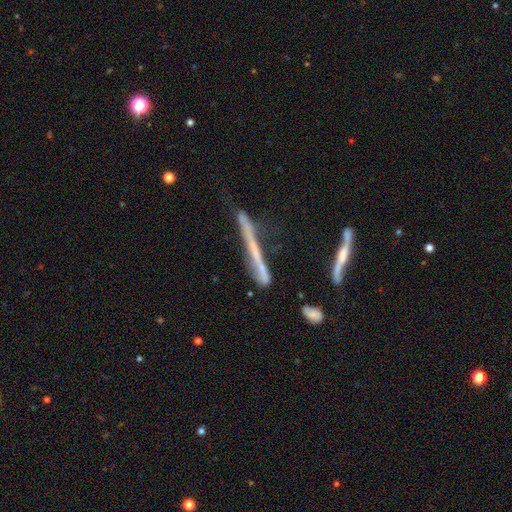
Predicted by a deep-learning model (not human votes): Smooth or featured?
  - featured or disk: 55% *
  - smooth: 30%
  - star or artifact: 15%
Edge-on disk?
  - yes: 91% *
  - no: 9%
Edge-on bulge?
  - none: 69% *
  - rounded: 23%
  - boxy: 8%
Merging?
  - none: 71% *
  - minor disturbance: 13%
  - merger: 10%
  - major disturbance: 6%